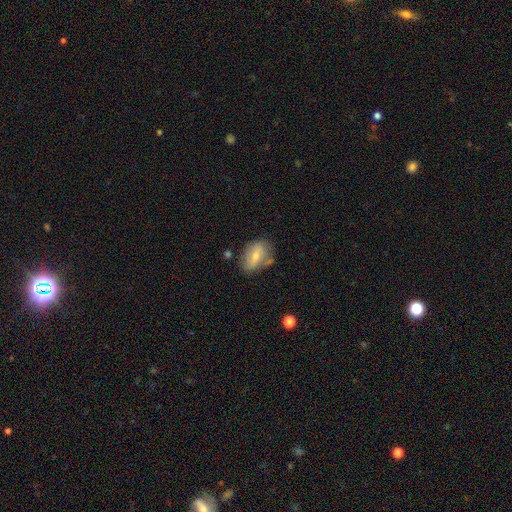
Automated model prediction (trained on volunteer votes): This is possibly a smooth galaxy (58%). How rounded: clearly in between (83%). Merging: likely none (61%).